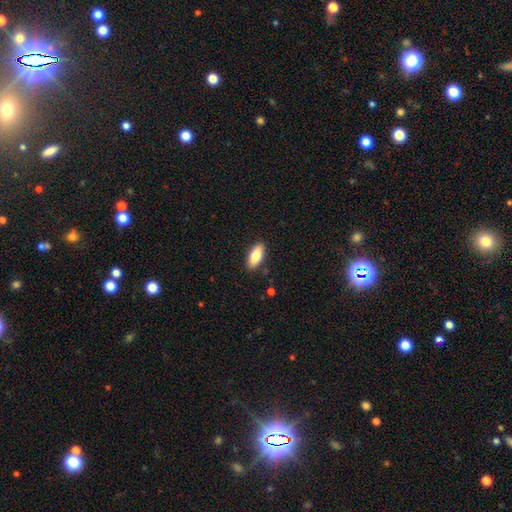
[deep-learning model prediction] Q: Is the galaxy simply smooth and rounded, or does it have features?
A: smooth — 80%.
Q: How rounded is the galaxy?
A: in between — 83%.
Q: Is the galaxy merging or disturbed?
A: none — 89%.